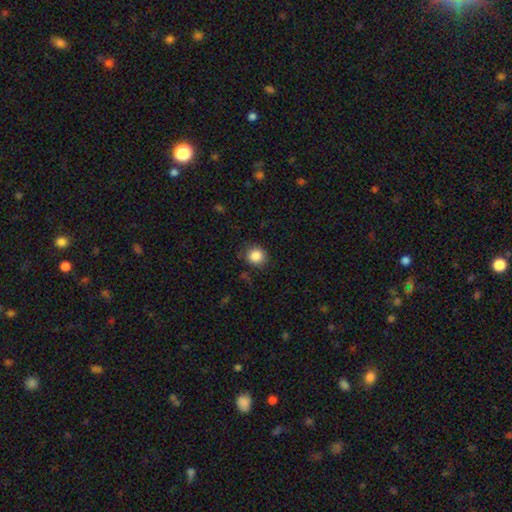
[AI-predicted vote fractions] This is clearly a smooth galaxy (86%). How rounded: clearly round (87%). Merging: clearly none (81%).